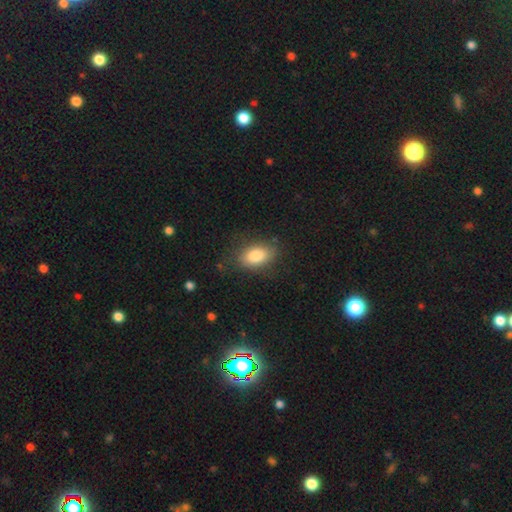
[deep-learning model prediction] Smooth or featured? Predicted: smooth (p=0.83). How rounded? Predicted: in between (p=0.90). Merging? Predicted: none (p=0.76).